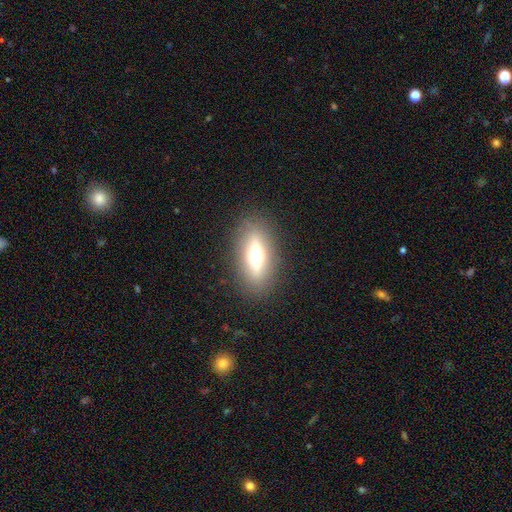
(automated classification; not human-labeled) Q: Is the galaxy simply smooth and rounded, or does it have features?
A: smooth — 43%.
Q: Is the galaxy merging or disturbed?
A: none — 86%.